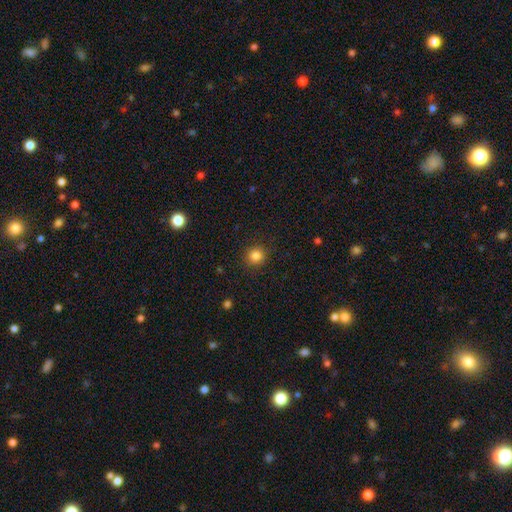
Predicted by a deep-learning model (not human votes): Q: Smooth or featured?
A: smooth (85%); runner-up: star or artifact (11%)
Q: How rounded?
A: round (88%); runner-up: in between (11%)
Q: Merging?
A: none (89%); runner-up: minor disturbance (8%)